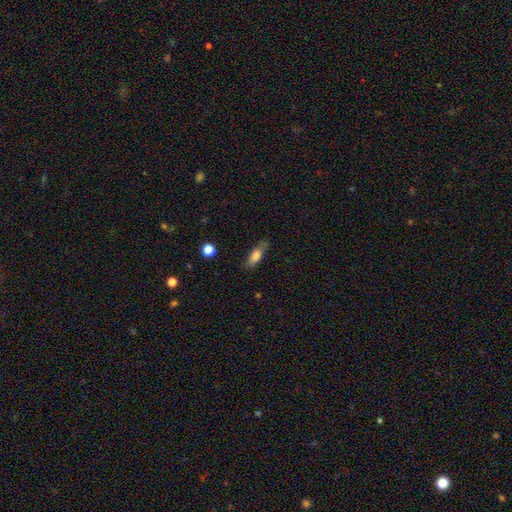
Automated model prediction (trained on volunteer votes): smooth-or-featured: smooth: 75% | featured or disk: 17% | star or artifact: 8%
  how-rounded: in between: 62% | cigar-shaped: 35% | round: 3%
  merging: none: 68% | minor disturbance: 22% | major disturbance: 7% | merger: 2%